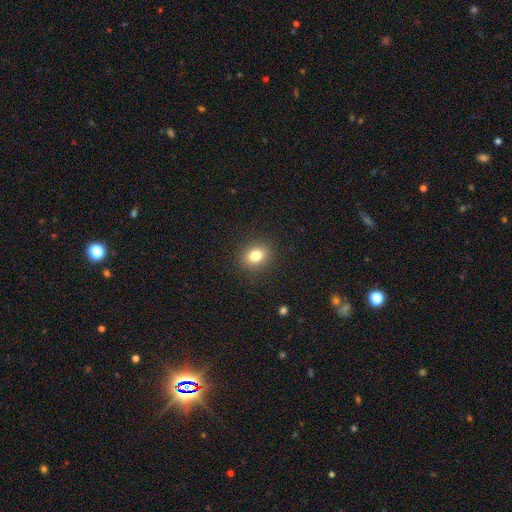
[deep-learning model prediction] Q: Smooth or featured?
A: smooth (81%); runner-up: star or artifact (11%)
Q: How rounded?
A: round (53%); runner-up: in between (46%)
Q: Merging?
A: none (89%); runner-up: minor disturbance (8%)